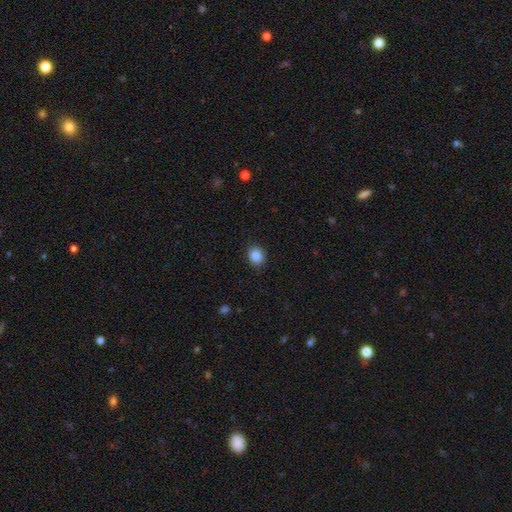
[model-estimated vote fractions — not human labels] Smooth or featured? smooth (87%)
How rounded? round (65%)
Merging? none (88%)